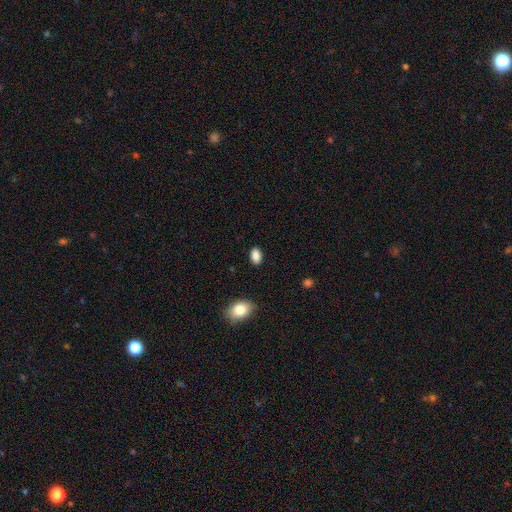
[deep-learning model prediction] Smooth or featured? smooth (88%)
How rounded? in between (89%)
Merging? none (87%)